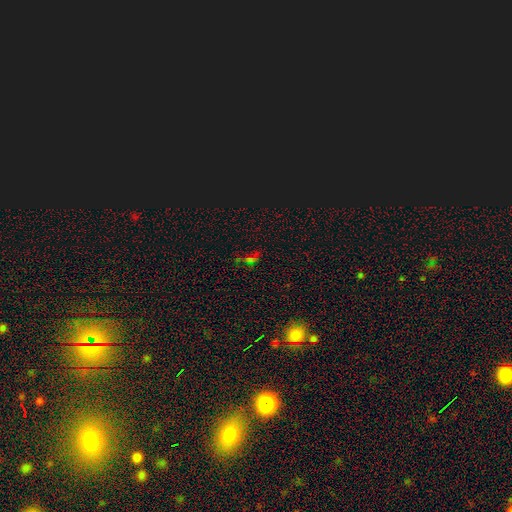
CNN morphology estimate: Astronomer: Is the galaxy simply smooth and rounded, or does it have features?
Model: star or artifact — 59%.